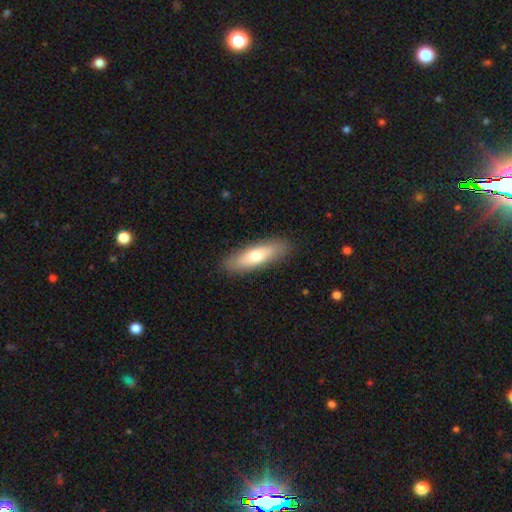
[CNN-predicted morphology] A smooth galaxy with no disk features (64%) that is cigar-shaped (50%). Merging: none (87%).